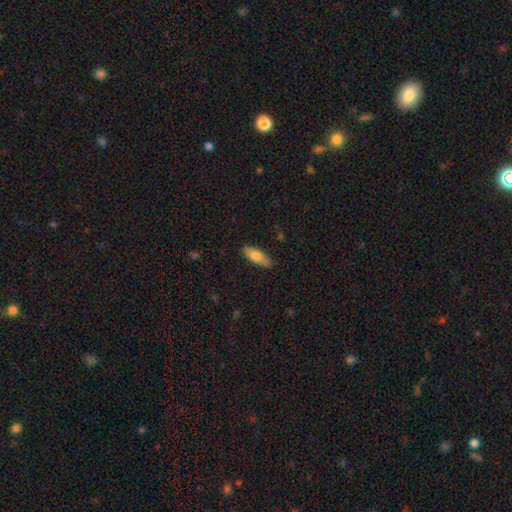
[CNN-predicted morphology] smooth-or-featured: smooth: 73% | featured or disk: 21% | star or artifact: 6%
  how-rounded: in between: 66% | cigar-shaped: 32% | round: 2%
  merging: none: 83% | minor disturbance: 13% | major disturbance: 2% | merger: 1%